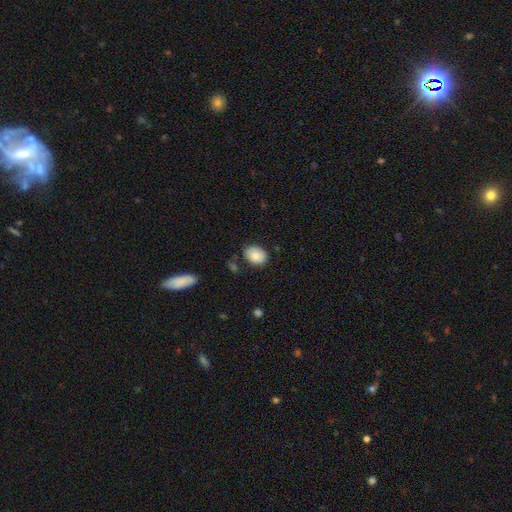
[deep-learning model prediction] This appears to be a smooth galaxy with no disk features (78%) that is in between round and cigar-shaped (69%). Merging: none (77%).